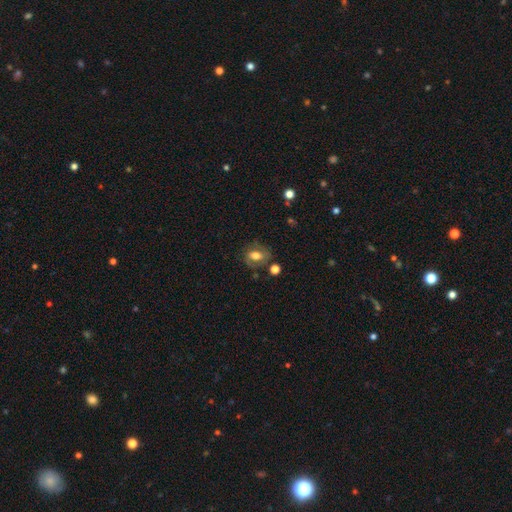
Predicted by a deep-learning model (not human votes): Q: Smooth or featured?
A: smooth (56%); runner-up: featured or disk (34%)
Q: How rounded?
A: in between (64%); runner-up: round (34%)
Q: Merging?
A: none (65%); runner-up: minor disturbance (20%)